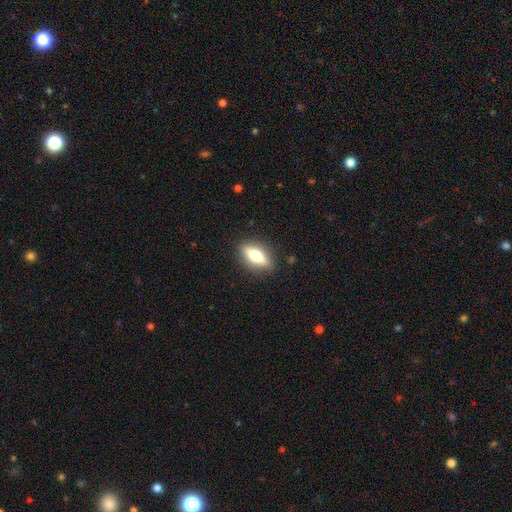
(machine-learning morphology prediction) The model was most divided on "smooth or featured": smooth: 55%, featured or disk: 38%, star or artifact: 7%. More confident: merging — none (87%); how rounded — in between (63%).